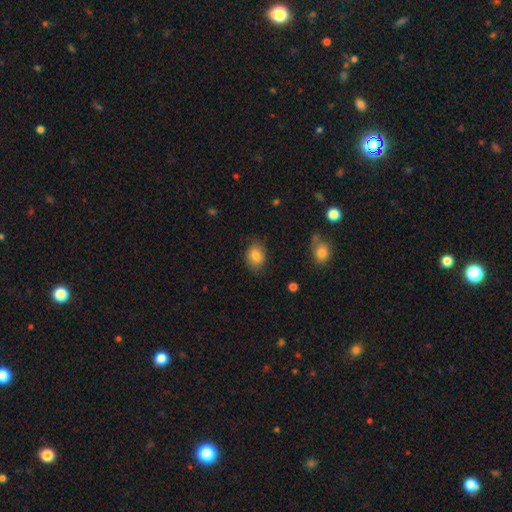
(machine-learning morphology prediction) A smooth galaxy with no disk features (81%) that is in between round and cigar-shaped (64%). Merging: none (79%).